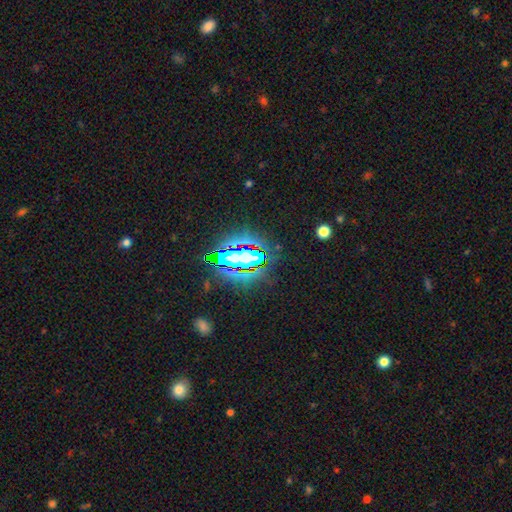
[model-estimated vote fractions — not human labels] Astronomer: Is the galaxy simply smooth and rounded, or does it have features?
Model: star or artifact — 82%.